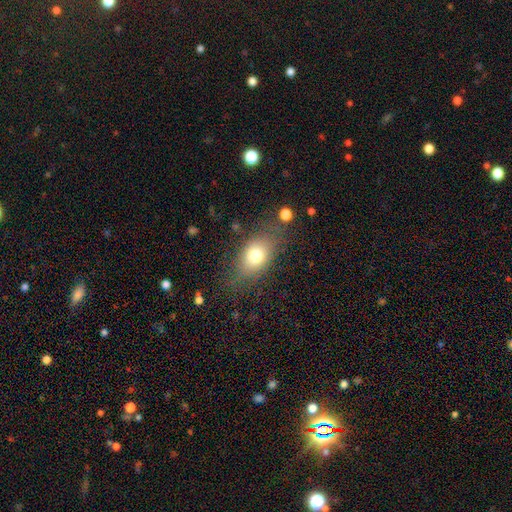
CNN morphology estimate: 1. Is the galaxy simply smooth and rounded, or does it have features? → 72% smooth, 16% featured or disk, 12% star or artifact.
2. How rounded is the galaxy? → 73% in between, 24% round, 3% cigar-shaped.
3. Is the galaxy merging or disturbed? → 71% none, 17% minor disturbance, 8% major disturbance, 3% merger.